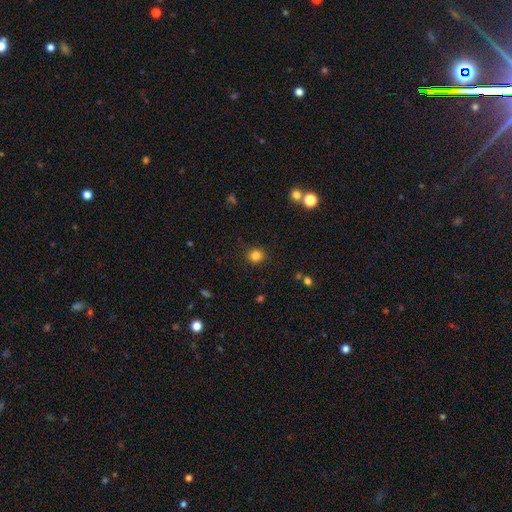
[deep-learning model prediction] Smooth or featured? smooth (83%)
How rounded? round (86%)
Merging? none (89%)